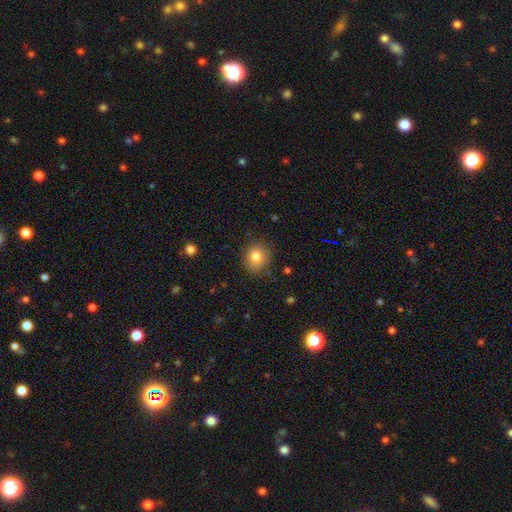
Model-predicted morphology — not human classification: This is clearly a smooth galaxy (80%). How rounded: clearly round (83%). Merging: clearly none (86%).